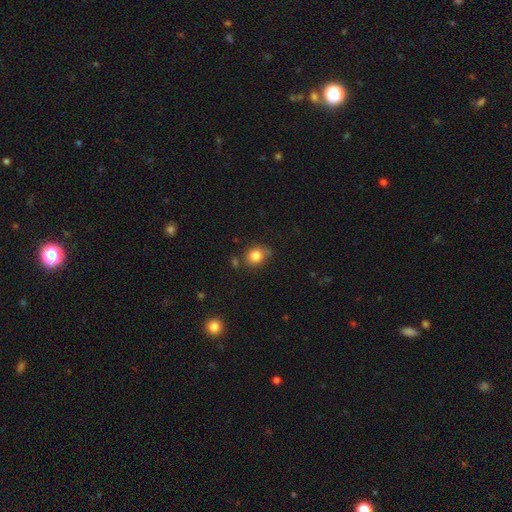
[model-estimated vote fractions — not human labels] Overall: smooth (82%). How rounded: round (72%). Merging: none (71%).